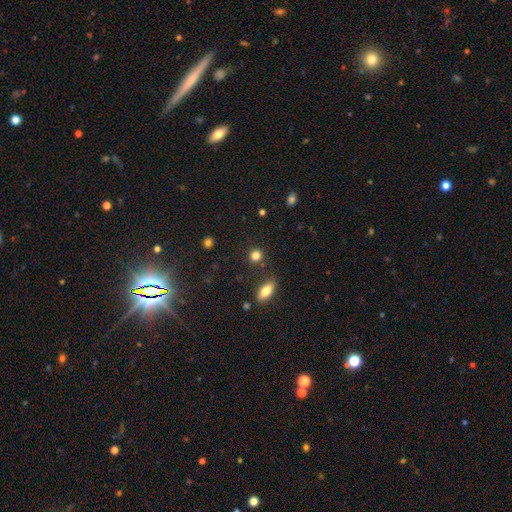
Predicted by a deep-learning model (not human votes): A smooth galaxy with no disk features (83%) that is round (86%).

Vote fractions:
- Smooth or featured? smooth: 83% / star or artifact: 12% / featured or disk: 5%
- How rounded? round: 86% / in between: 12% / cigar-shaped: 2%
- Merging? none: 85% / minor disturbance: 8% / merger: 4% / major disturbance: 3%